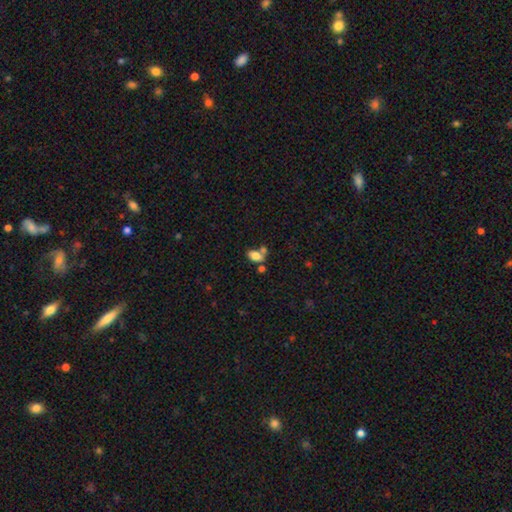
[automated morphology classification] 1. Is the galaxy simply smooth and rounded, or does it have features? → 78% smooth, 12% featured or disk, 9% star or artifact.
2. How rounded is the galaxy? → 89% in between, 9% round, 2% cigar-shaped.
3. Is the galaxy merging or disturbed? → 48% none, 34% merger, 13% minor disturbance, 5% major disturbance.